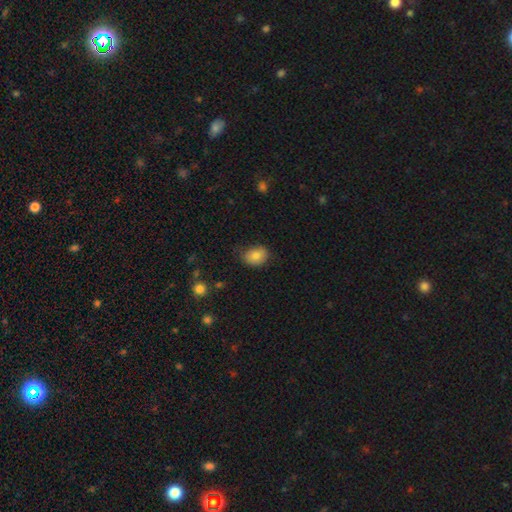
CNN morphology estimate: This is clearly a smooth galaxy (83%). How rounded: likely in between (66%). Merging: likely none (71%).